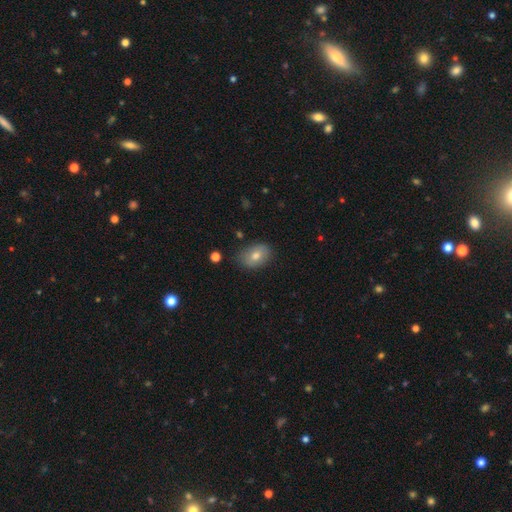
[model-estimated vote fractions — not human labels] A smooth galaxy with no disk features (76%) that is in between round and cigar-shaped (83%). Merging: none (78%).